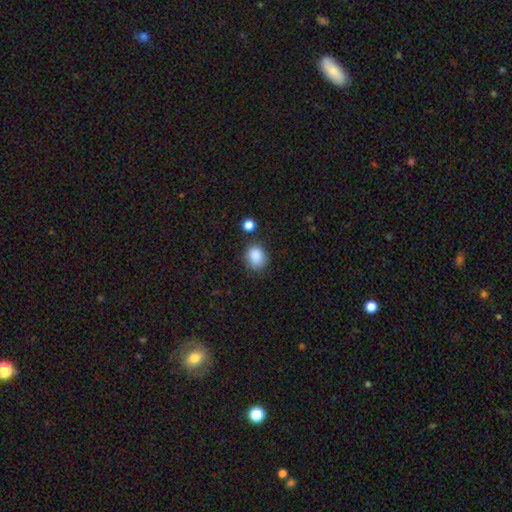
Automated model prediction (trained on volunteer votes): A smooth galaxy with no disk features (87%) that is round (52%).

Vote fractions:
- Smooth or featured? smooth: 87% / star or artifact: 9% / featured or disk: 4%
- How rounded? round: 52% / in between: 47% / cigar-shaped: 1%
- Merging? none: 75% / minor disturbance: 15% / merger: 6% / major disturbance: 4%